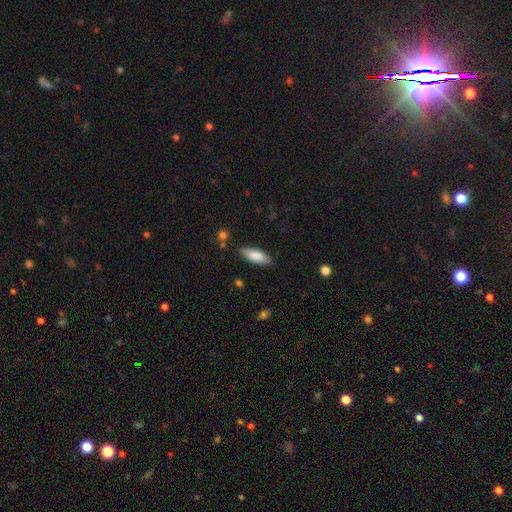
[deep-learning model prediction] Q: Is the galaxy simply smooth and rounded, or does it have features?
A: smooth — 83%.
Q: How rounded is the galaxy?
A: in between — 66%.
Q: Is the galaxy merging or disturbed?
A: none — 86%.